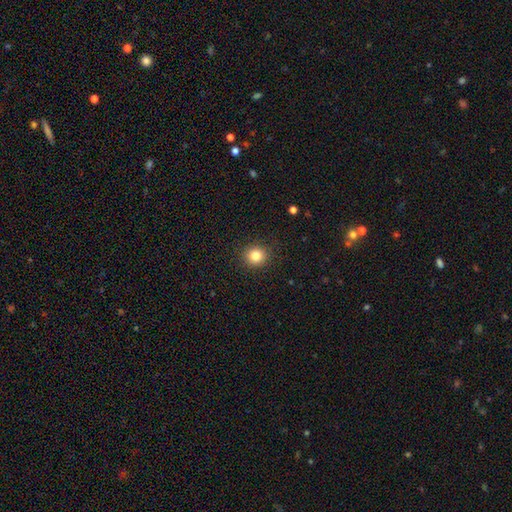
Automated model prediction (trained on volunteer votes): Morphology: type=smooth (83%); roundness=round (90%); merging=none (91%).